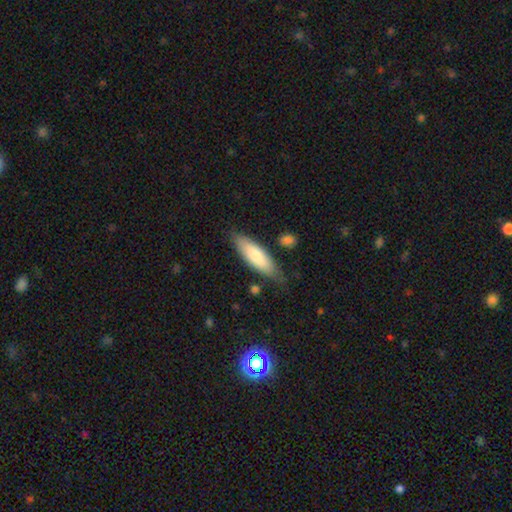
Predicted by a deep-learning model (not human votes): Smooth or featured?
  - smooth: 73% *
  - featured or disk: 22%
  - star or artifact: 5%
How rounded?
  - in between: 54% *
  - cigar-shaped: 44%
  - round: 2%
Merging?
  - none: 74% *
  - minor disturbance: 19%
  - major disturbance: 4%
  - merger: 3%